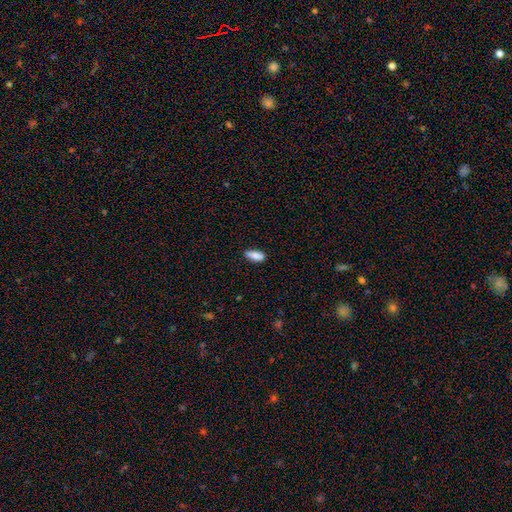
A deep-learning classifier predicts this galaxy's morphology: This is clearly a smooth galaxy (87%). How rounded: likely in between (76%). Merging: likely none (78%).